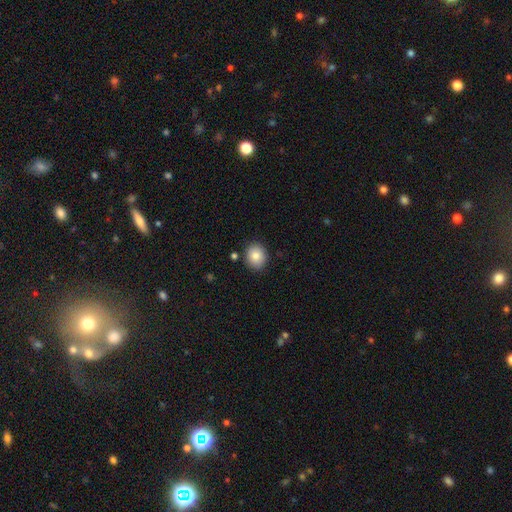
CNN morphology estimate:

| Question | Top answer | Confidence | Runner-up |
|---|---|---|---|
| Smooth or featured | smooth | 86% | star or artifact (8%) |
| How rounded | round | 69% | in between (30%) |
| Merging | none | 86% | minor disturbance (9%) |